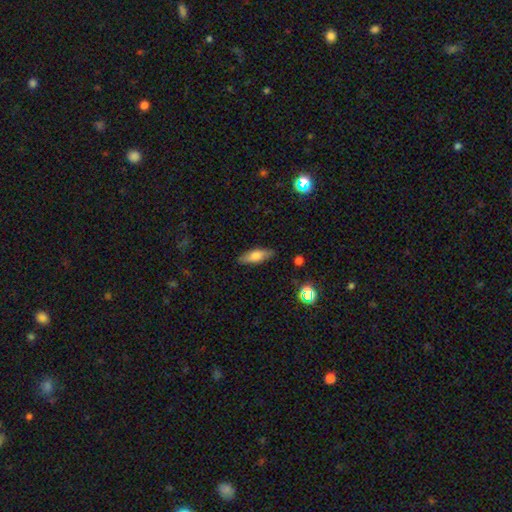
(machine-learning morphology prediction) Overall: smooth (71%). How rounded: in between (61%; cigar-shaped 36%). Merging: none (85%).